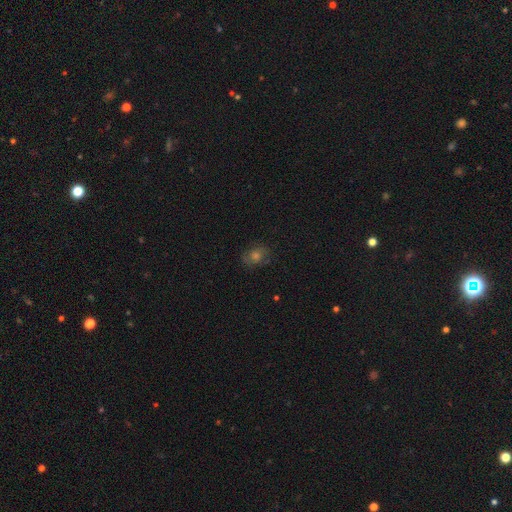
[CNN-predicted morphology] smooth-or-featured: smooth: 49% | star or artifact: 26% | featured or disk: 25%
  merging: none: 81% | minor disturbance: 13% | major disturbance: 5% | merger: 1%